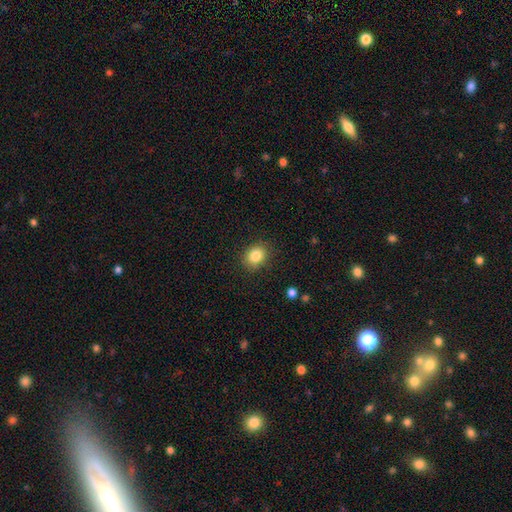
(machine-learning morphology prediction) Smooth or featured? Predicted: smooth (p=0.84). How rounded? Predicted: round (p=0.56). Merging? Predicted: none (p=0.86).